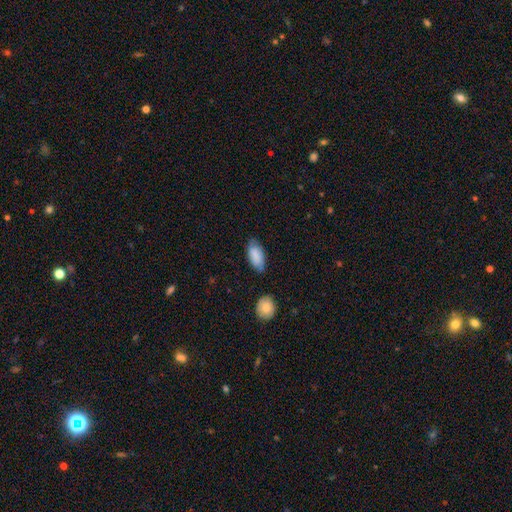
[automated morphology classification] Smooth or featured? Predicted: smooth (p=0.83). How rounded? Predicted: in between (p=0.90). Merging? Predicted: none (p=0.69).